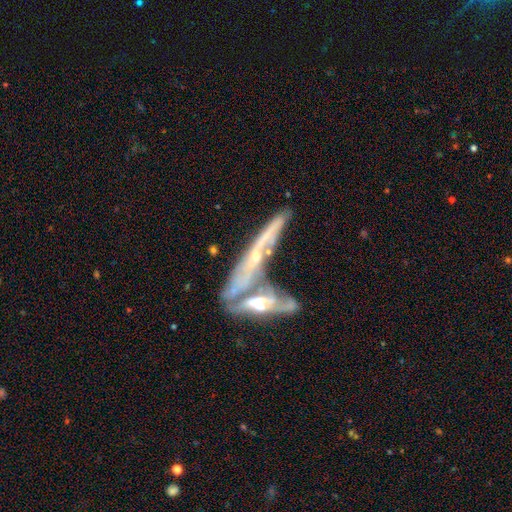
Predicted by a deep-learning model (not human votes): This is likely a featured or disk galaxy (71%). It is likely viewed edge-on (64%). Merging: possibly merger (48%).